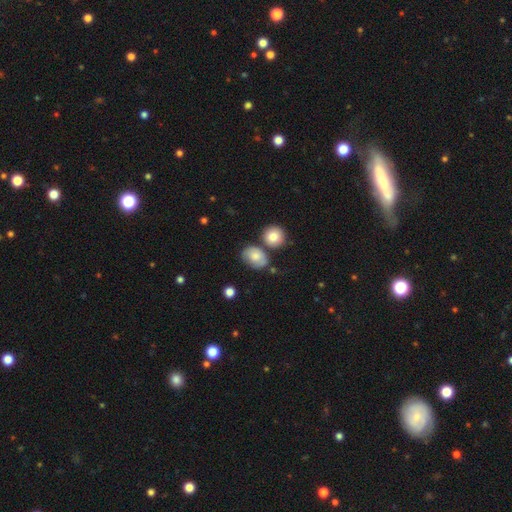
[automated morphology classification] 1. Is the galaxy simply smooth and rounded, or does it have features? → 40% star or artifact, 39% smooth, 21% featured or disk.